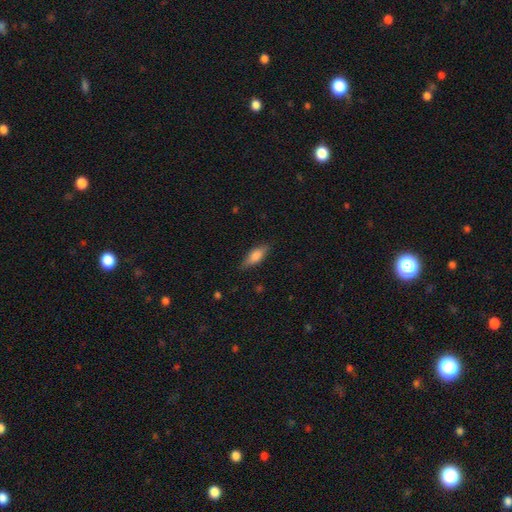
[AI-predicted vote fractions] Smooth or featured: smooth — 74% (featured or disk — 19%)
How rounded: in between — 63% (cigar-shaped — 34%)
Merging: none — 80% (minor disturbance — 15%)